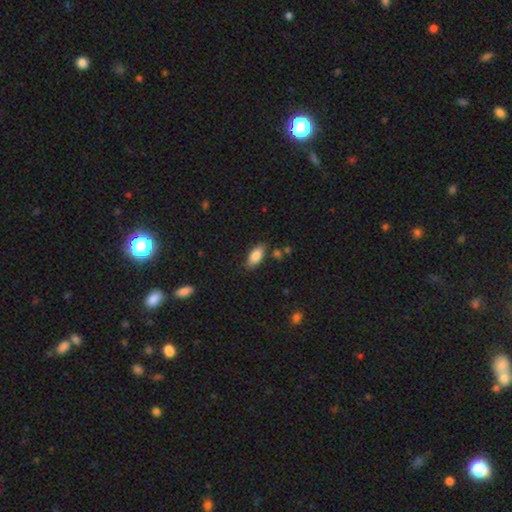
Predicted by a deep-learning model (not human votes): This appears to be a smooth galaxy with no disk features (86%) that is in between round and cigar-shaped (89%). Merging: none (79%).